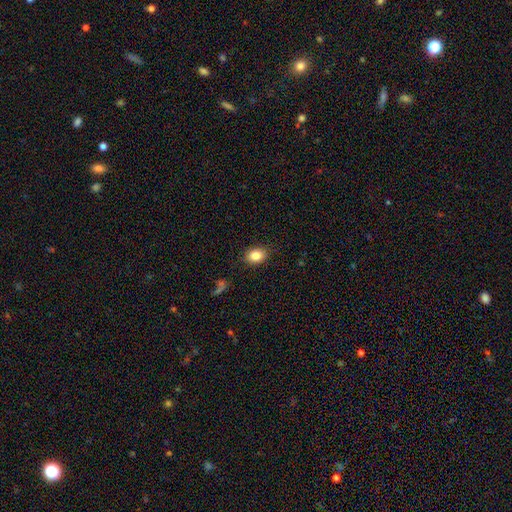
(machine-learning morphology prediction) smooth_or_featured: smooth (p=0.84) [alt: star or artifact p=0.09]
how_rounded: in between (p=0.69) [alt: round p=0.30]
merging: none (p=0.86) [alt: minor disturbance p=0.10]